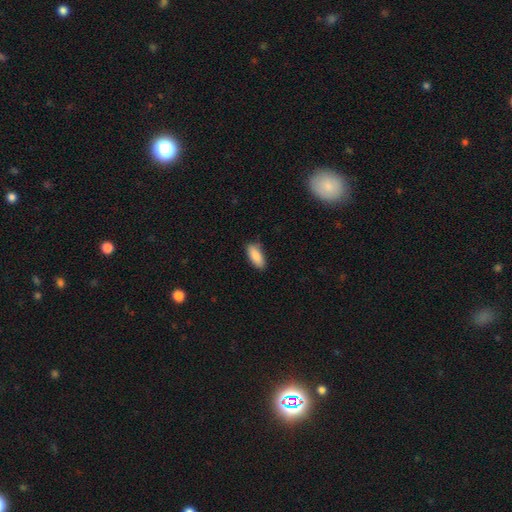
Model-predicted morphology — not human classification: The model was most divided on "how rounded": in between: 82%, cigar-shaped: 16%, round: 2%. More confident: smooth or featured — smooth (87%); merging — none (82%).